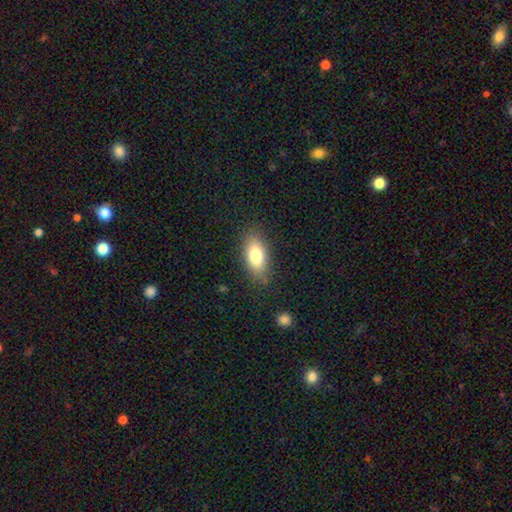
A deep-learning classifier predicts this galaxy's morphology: smooth 78%, featured or disk 14%, star or artifact 8%. Down the decision tree: how rounded — in between (85%); merging — none (83%).